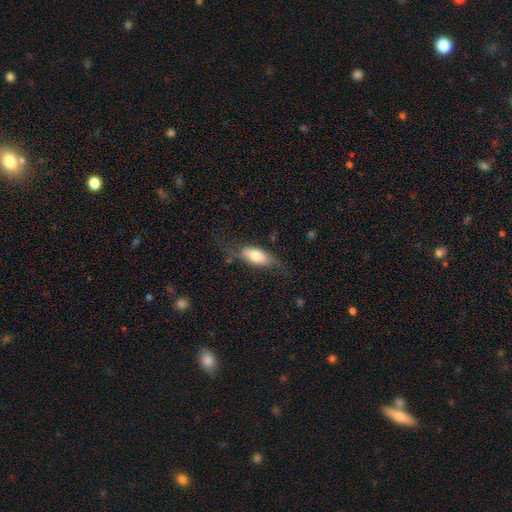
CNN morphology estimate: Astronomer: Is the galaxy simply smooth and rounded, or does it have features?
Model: smooth — 64%.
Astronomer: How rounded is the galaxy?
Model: in between — 78%.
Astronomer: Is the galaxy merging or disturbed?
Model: none — 54%.